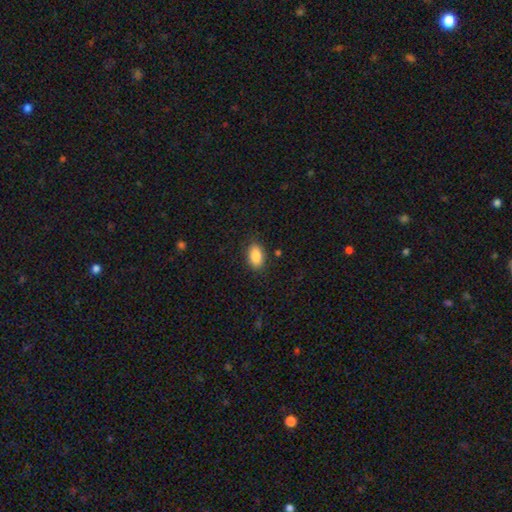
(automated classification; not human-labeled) smooth-or-featured: smooth: 88% | star or artifact: 7% | featured or disk: 4%
  how-rounded: in between: 91% | round: 7% | cigar-shaped: 2%
  merging: none: 85% | minor disturbance: 11% | major disturbance: 3% | merger: 1%